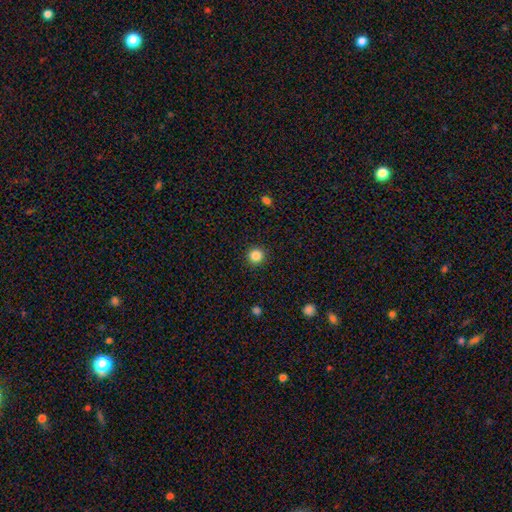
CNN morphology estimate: The model was most divided on "smooth or featured": smooth: 85%, star or artifact: 11%, featured or disk: 4%. More confident: how rounded — round (95%); merging — none (93%).